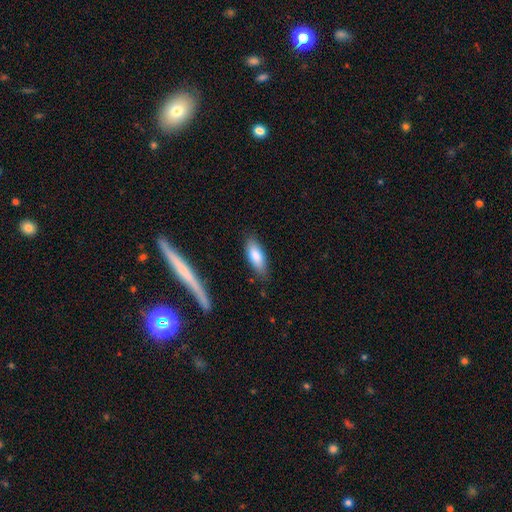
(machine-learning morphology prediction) Q: Smooth or featured?
A: smooth (83%); runner-up: featured or disk (11%)
Q: How rounded?
A: in between (72%); runner-up: cigar-shaped (26%)
Q: Merging?
A: none (79%); runner-up: minor disturbance (15%)